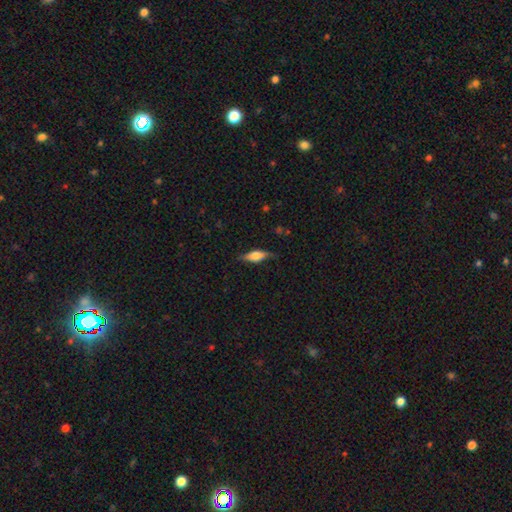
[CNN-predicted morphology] Overall: smooth (52%; featured or disk 41%). How rounded: in between (65%; cigar-shaped 31%). Merging: none (73%).